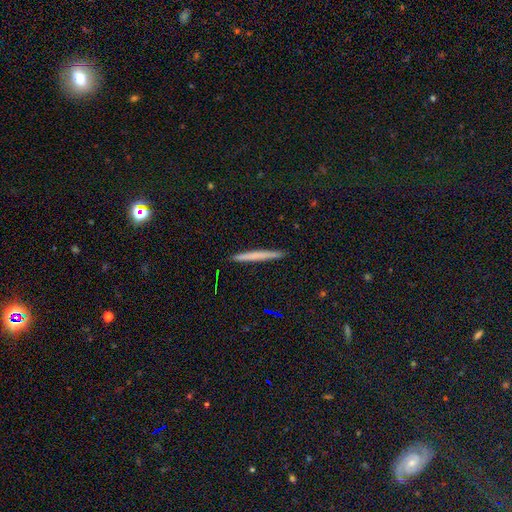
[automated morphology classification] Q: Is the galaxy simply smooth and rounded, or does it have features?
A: smooth — 59%.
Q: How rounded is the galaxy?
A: cigar-shaped — 97%.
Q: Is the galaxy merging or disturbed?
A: none — 92%.